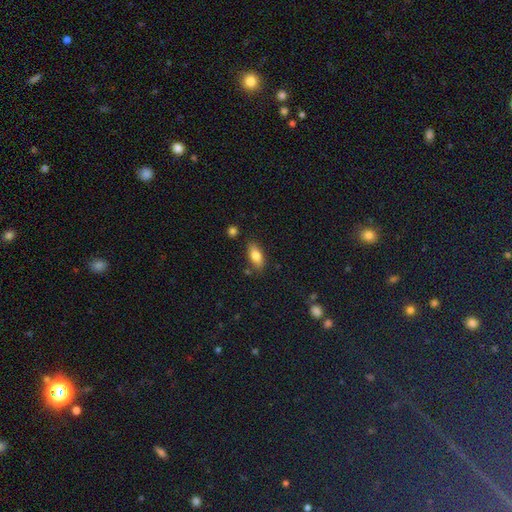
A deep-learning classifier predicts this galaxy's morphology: Smooth or featured? Predicted: smooth (p=0.81). How rounded? Predicted: in between (p=0.84). Merging? Predicted: none (p=0.80).